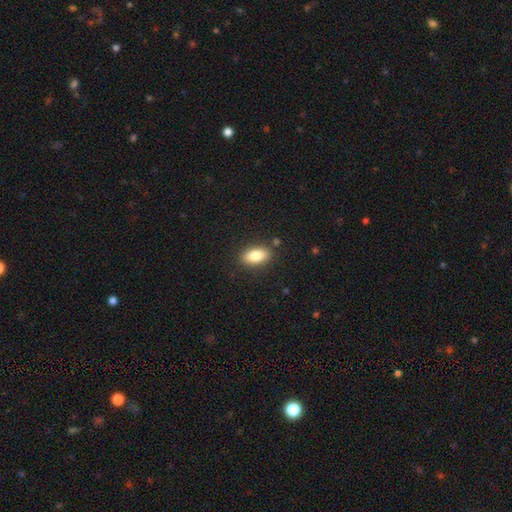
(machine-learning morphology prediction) Smooth or featured: smooth — 83% (featured or disk — 9%)
How rounded: in between — 90% (cigar-shaped — 5%)
Merging: none — 85% (minor disturbance — 10%)